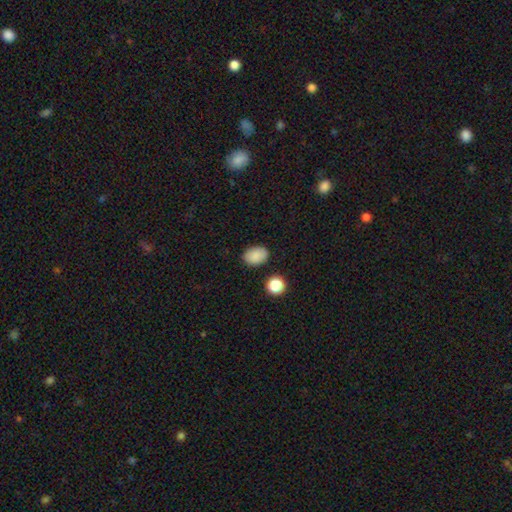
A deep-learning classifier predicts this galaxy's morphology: Q: Smooth or featured?
A: smooth (86%); runner-up: star or artifact (9%)
Q: How rounded?
A: in between (77%); runner-up: round (22%)
Q: Merging?
A: none (86%); runner-up: minor disturbance (10%)